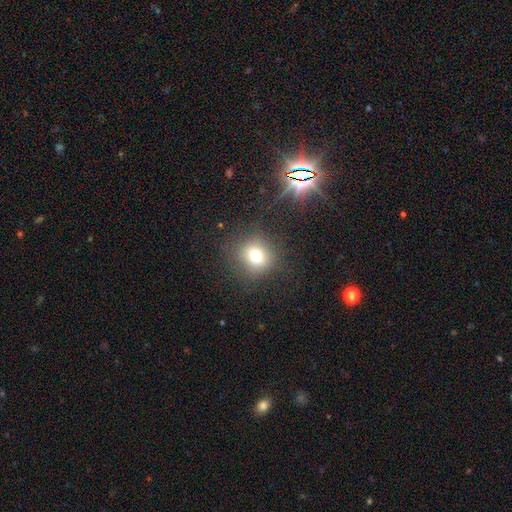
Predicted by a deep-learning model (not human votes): A smooth galaxy with no disk features (72%) that is round (84%).

Vote fractions:
- Smooth or featured? smooth: 72% / star or artifact: 17% / featured or disk: 11%
- How rounded? round: 84% / in between: 15% / cigar-shaped: 1%
- Merging? none: 82% / minor disturbance: 11% / major disturbance: 6% / merger: 2%